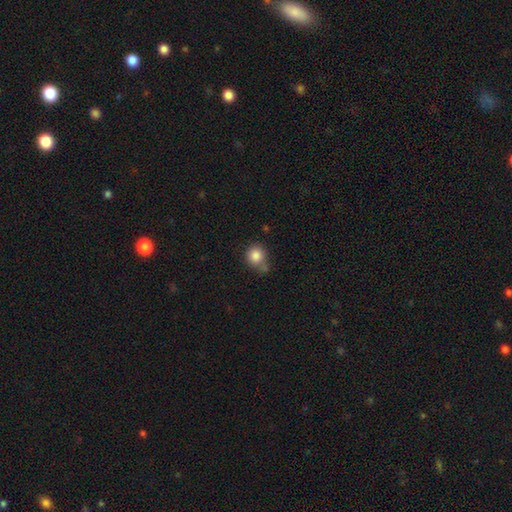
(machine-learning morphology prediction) Smooth or featured? Predicted: smooth (p=0.85). How rounded? Predicted: round (p=0.86). Merging? Predicted: none (p=0.60).